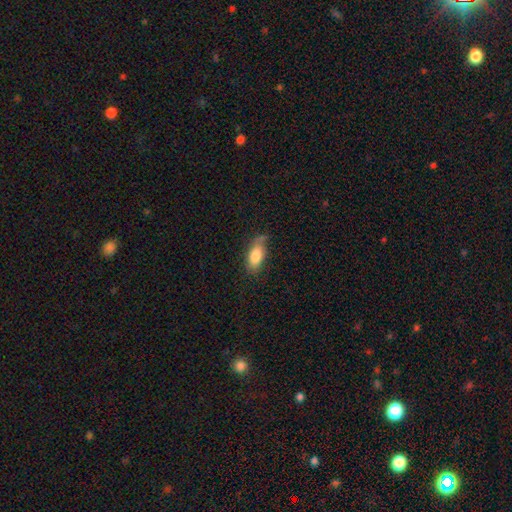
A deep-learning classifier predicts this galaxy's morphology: A smooth galaxy with no disk features (81%) that is in between round and cigar-shaped (87%). Merging: none (58%).